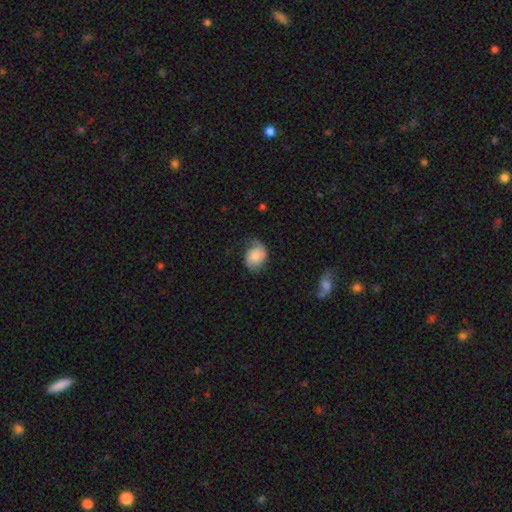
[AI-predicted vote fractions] The model was most divided on "smooth or featured": smooth: 51%, featured or disk: 41%, star or artifact: 8%. More confident: how rounded — in between (59%); merging — none (53%).